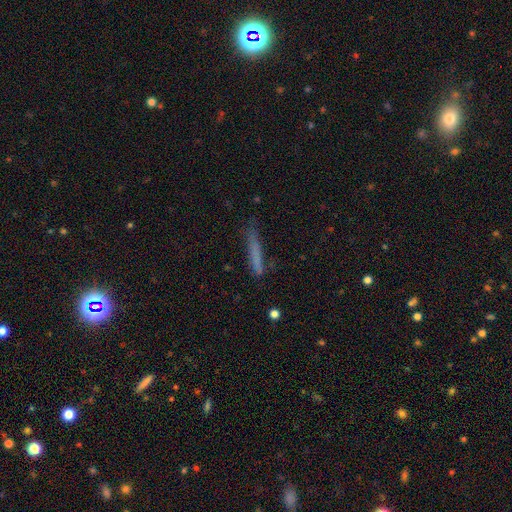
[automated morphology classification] Smooth or featured: smooth — 69% (featured or disk — 21%)
How rounded: cigar-shaped — 94% (in between — 4%)
Merging: none — 69% (minor disturbance — 22%)